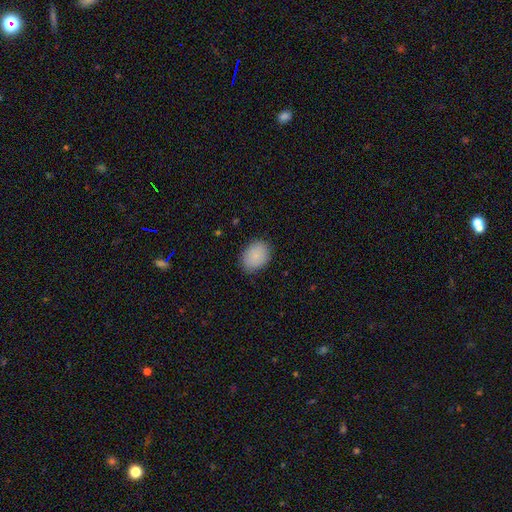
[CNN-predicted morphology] smooth_or_featured: smooth (p=0.85) [alt: star or artifact p=0.07]
how_rounded: in between (p=0.65) [alt: round p=0.34]
merging: none (p=0.82) [alt: minor disturbance p=0.14]